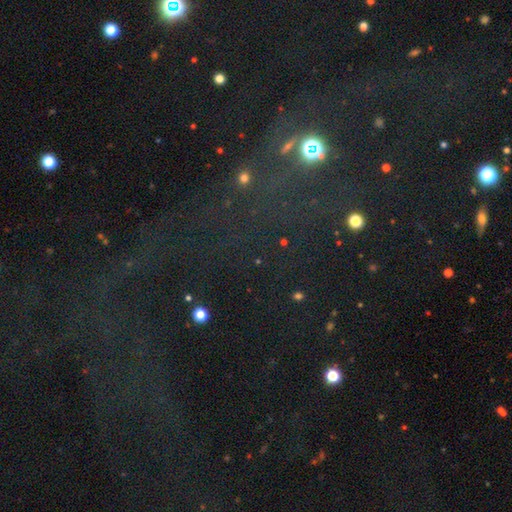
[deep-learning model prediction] Overall: star or artifact (74%).